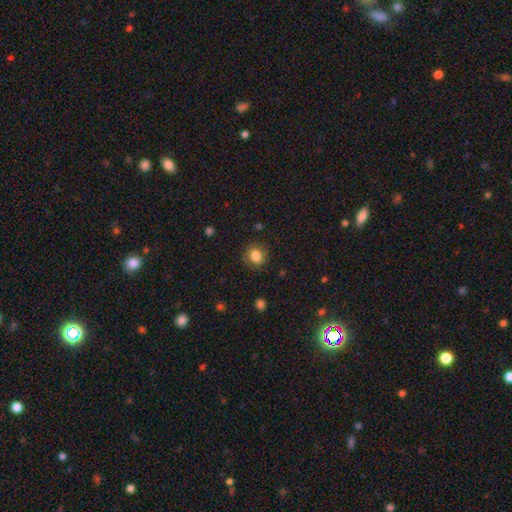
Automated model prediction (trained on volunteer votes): Smooth or featured? smooth (82%)
How rounded? round (66%)
Merging? none (83%)